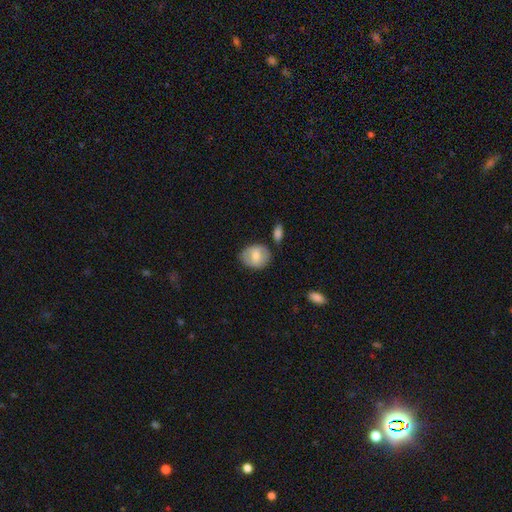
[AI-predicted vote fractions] Smooth or featured: smooth — 67% (featured or disk — 27%)
How rounded: round — 50% (in between — 49%)
Merging: none — 71% (minor disturbance — 17%)